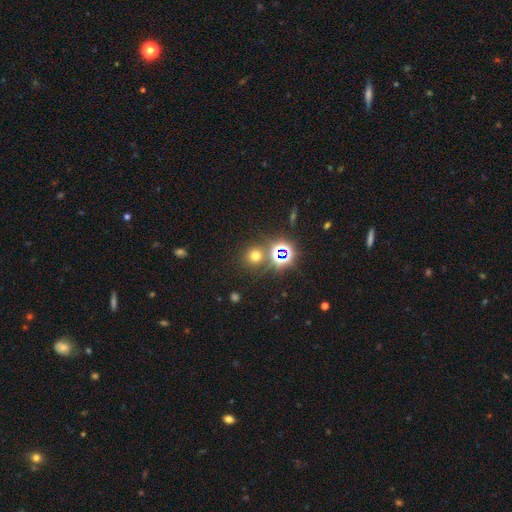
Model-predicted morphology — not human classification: A smooth galaxy with no disk features (59%) that is round (91%).

Vote fractions:
- Smooth or featured? smooth: 59% / star or artifact: 33% / featured or disk: 8%
- How rounded? round: 91% / in between: 8% / cigar-shaped: 1%
- Merging? none: 79% / merger: 10% / minor disturbance: 7% / major disturbance: 4%